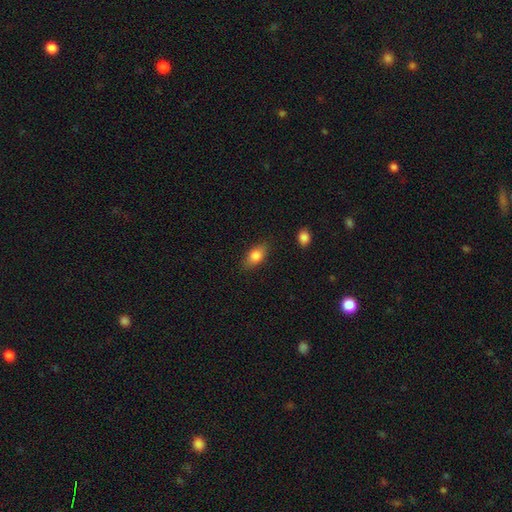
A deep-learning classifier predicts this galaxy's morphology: Q: Smooth or featured?
A: smooth (83%); runner-up: featured or disk (10%)
Q: How rounded?
A: in between (85%); runner-up: round (10%)
Q: Merging?
A: none (83%); runner-up: minor disturbance (13%)